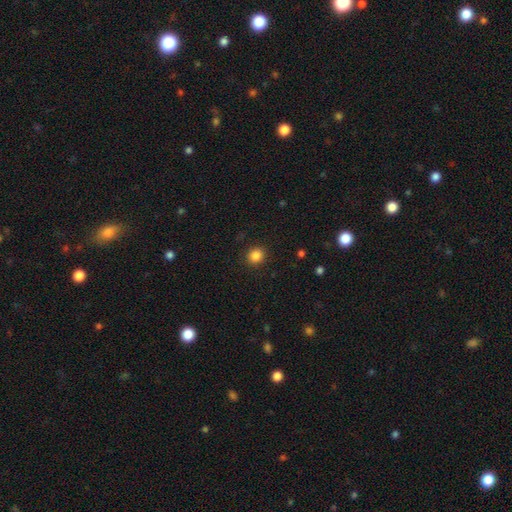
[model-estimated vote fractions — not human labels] Morphology: type=smooth (85%); roundness=round (88%); merging=none (91%).